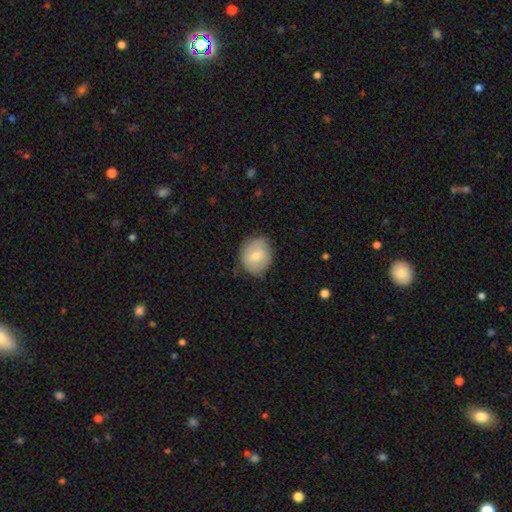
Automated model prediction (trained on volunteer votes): Morphology: type=smooth (70%); roundness=round (70%); merging=none (76%).